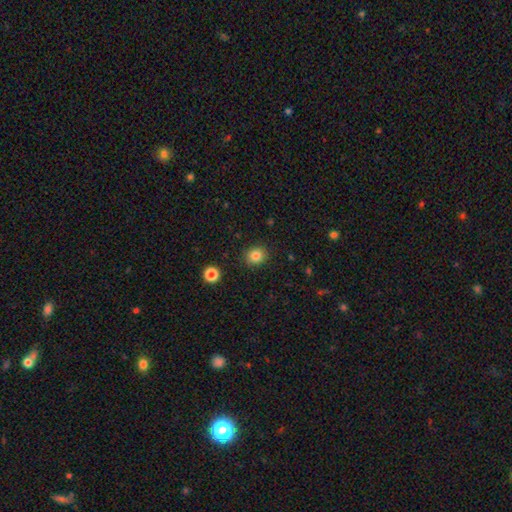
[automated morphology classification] smooth_or_featured: smooth (p=0.83) [alt: star or artifact p=0.11]
how_rounded: round (p=0.74) [alt: in between p=0.25]
merging: none (p=0.89) [alt: minor disturbance p=0.07]